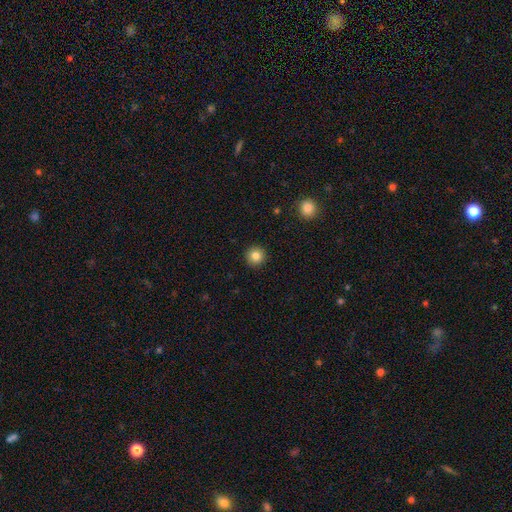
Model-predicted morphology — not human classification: Smooth or featured: smooth — 83% (star or artifact — 11%)
How rounded: round — 95% (in between — 4%)
Merging: none — 92% (minor disturbance — 5%)